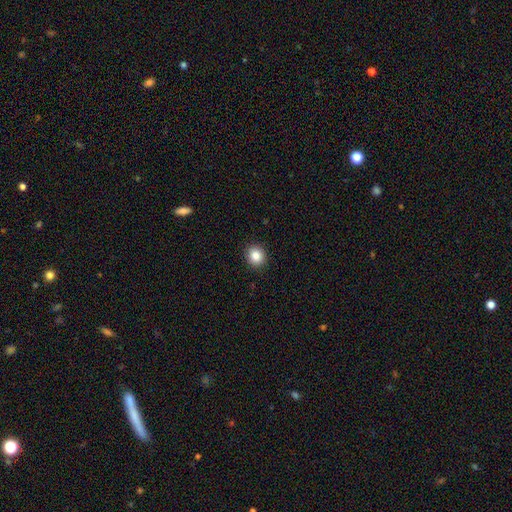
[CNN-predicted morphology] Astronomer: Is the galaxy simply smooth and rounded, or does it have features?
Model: smooth — 86%.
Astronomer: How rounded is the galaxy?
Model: round — 85%.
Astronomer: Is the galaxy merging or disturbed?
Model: none — 92%.